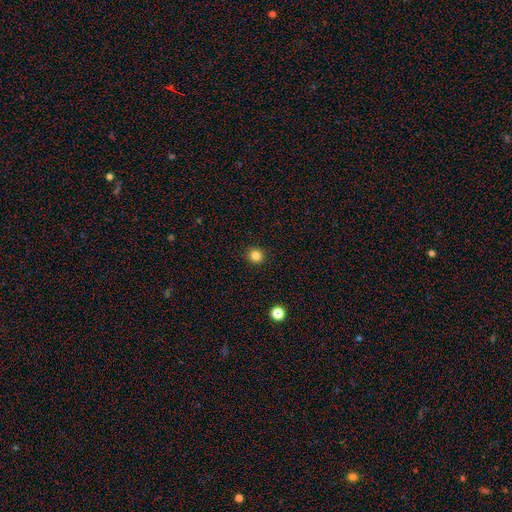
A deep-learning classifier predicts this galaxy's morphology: smooth_or_featured: smooth (p=0.83) [alt: star or artifact p=0.12]
how_rounded: round (p=0.88) [alt: in between p=0.11]
merging: none (p=0.92) [alt: minor disturbance p=0.06]